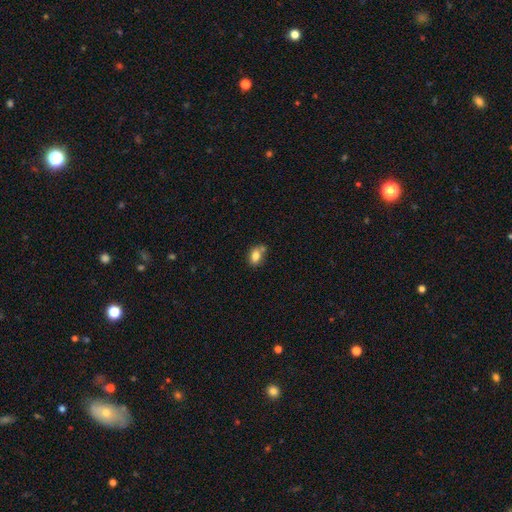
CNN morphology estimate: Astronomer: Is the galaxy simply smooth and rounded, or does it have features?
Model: smooth — 81%.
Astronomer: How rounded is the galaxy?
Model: in between — 76%.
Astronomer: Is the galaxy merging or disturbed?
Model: none — 54%.